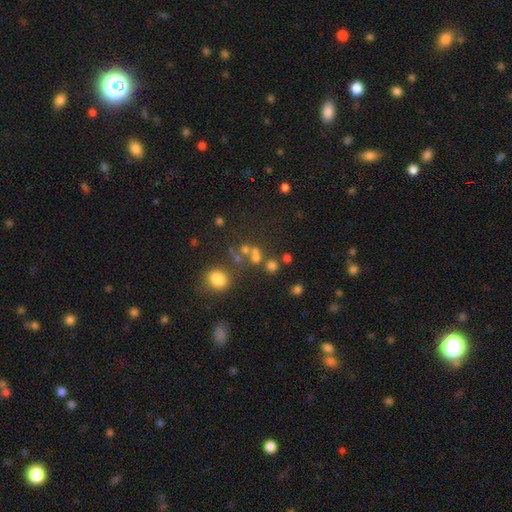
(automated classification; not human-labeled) Smooth or featured: smooth — 55% (star or artifact — 29%)
How rounded: round — 70% (in between — 28%)
Merging: none — 47% (merger — 34%)